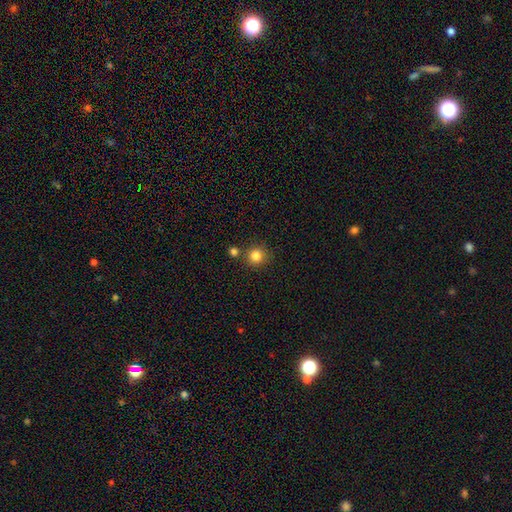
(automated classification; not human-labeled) Overall: smooth (83%). How rounded: round (92%). Merging: none (78%).